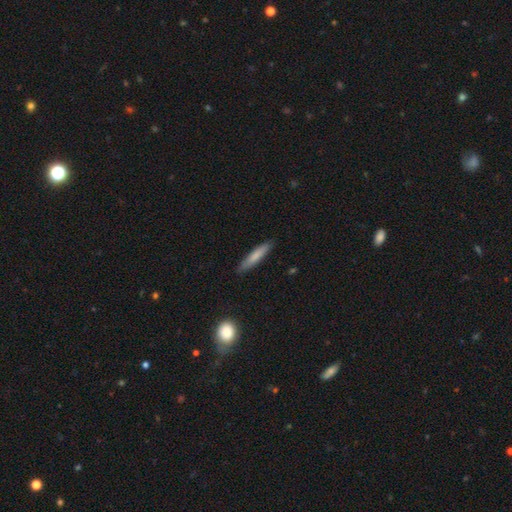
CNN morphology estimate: smooth_or_featured: smooth (p=0.78) [alt: featured or disk p=0.16]
how_rounded: cigar-shaped (p=0.88) [alt: in between p=0.10]
merging: none (p=0.87) [alt: minor disturbance p=0.10]